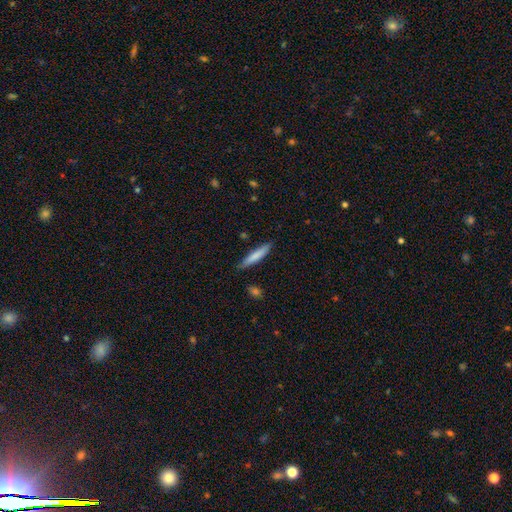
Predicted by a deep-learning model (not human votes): Smooth or featured? smooth (76%)
How rounded? cigar-shaped (90%)
Merging? none (86%)